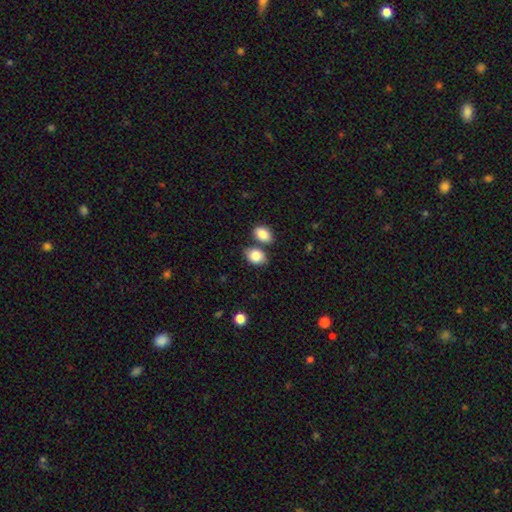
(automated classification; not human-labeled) Smooth or featured: smooth — 85% (featured or disk — 7%)
How rounded: in between — 74% (round — 25%)
Merging: none — 62% (merger — 21%)